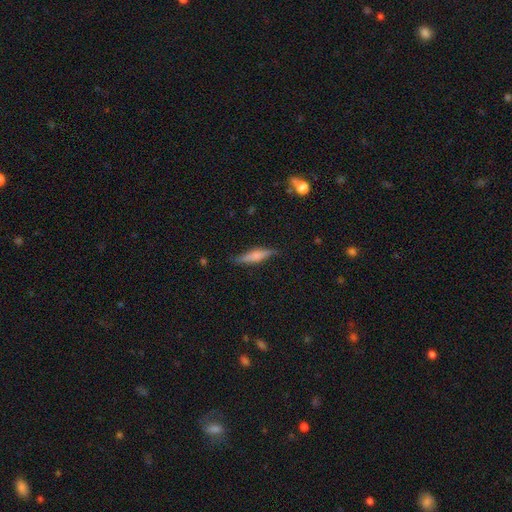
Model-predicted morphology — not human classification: Smooth or featured? Predicted: smooth (p=0.52). How rounded? Predicted: cigar-shaped (p=0.76). Merging? Predicted: none (p=0.79).